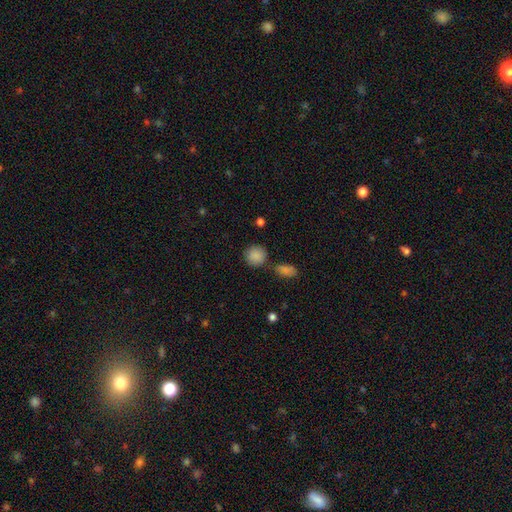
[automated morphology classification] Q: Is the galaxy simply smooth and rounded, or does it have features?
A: smooth — 87%.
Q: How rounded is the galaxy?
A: round — 88%.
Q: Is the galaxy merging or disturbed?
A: none — 76%.